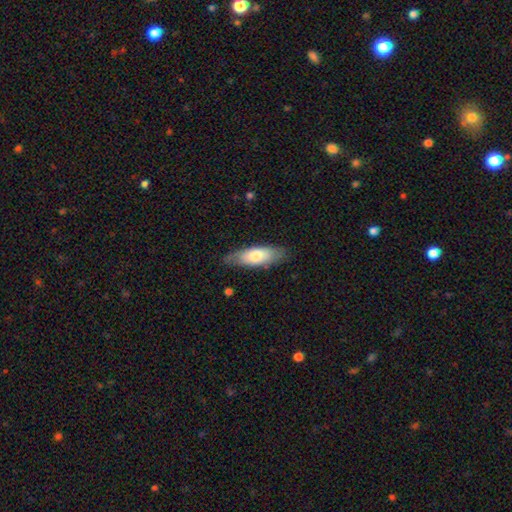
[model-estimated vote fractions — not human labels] smooth 70%, featured or disk 25%, star or artifact 6%. Down the decision tree: how rounded — in between (64%); merging — none (78%).